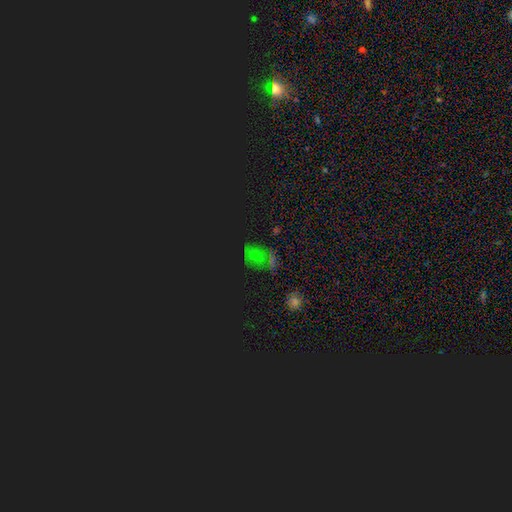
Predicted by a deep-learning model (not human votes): Overall: star or artifact (68%).